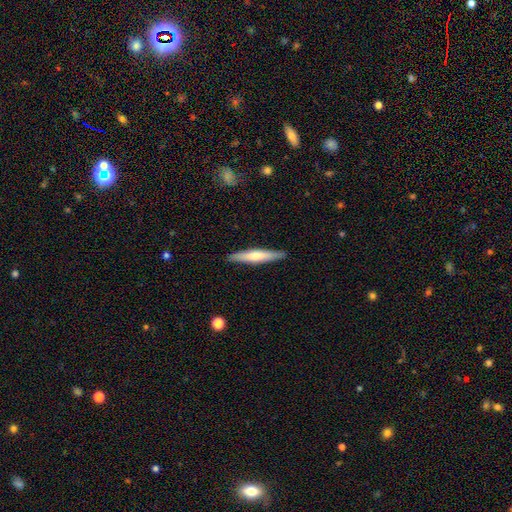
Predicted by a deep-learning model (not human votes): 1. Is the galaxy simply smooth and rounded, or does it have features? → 58% smooth, 37% featured or disk, 5% star or artifact.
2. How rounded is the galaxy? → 91% cigar-shaped, 8% in between, 1% round.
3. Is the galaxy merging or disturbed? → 90% none, 8% minor disturbance, 1% major disturbance, 1% merger.